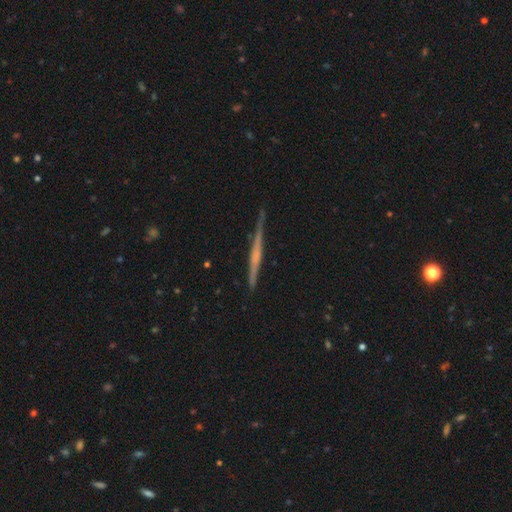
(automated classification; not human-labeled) Morphology: type=featured or disk (68%); edge-on=yes (98%); edge-on bulge=none (58%); merging=none (86%).